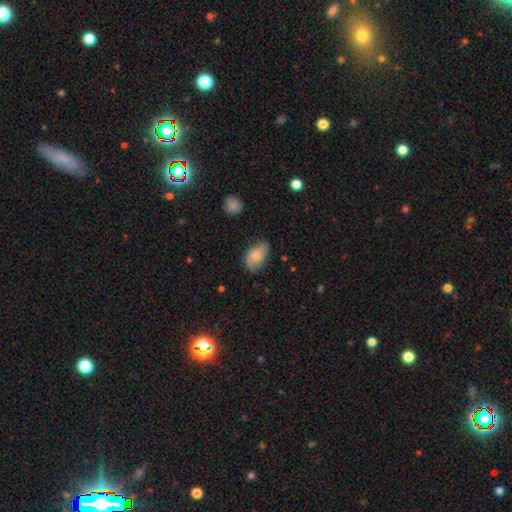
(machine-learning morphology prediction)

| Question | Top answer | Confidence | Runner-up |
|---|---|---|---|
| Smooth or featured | smooth | 65% | featured or disk (28%) |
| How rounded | in between | 87% | round (11%) |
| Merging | none | 58% | minor disturbance (31%) |